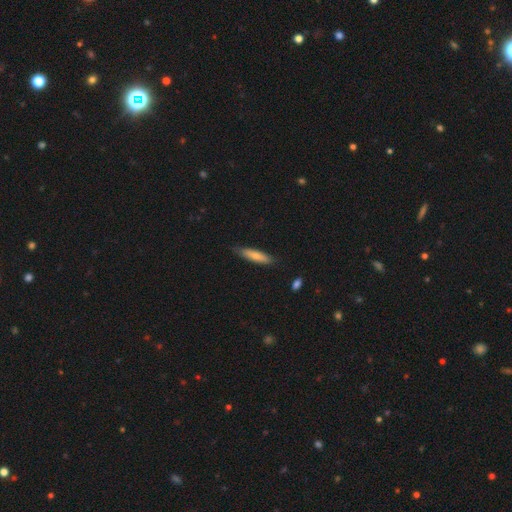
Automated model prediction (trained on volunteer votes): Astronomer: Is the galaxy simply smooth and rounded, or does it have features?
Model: smooth — 73%.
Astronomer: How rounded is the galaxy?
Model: cigar-shaped — 77%.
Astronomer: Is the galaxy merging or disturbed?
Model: none — 80%.